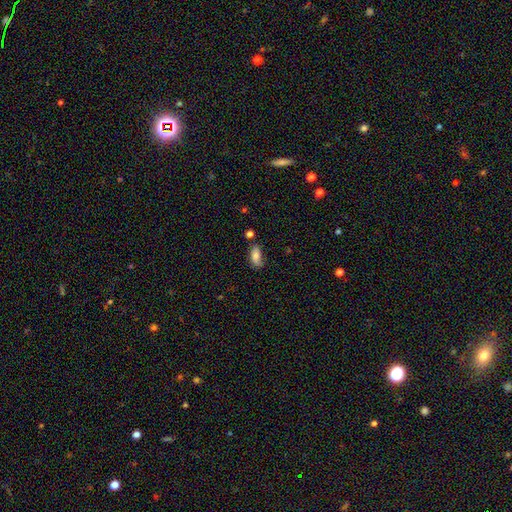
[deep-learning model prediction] Q: Smooth or featured?
A: smooth (76%); runner-up: featured or disk (15%)
Q: How rounded?
A: in between (86%); runner-up: cigar-shaped (10%)
Q: Merging?
A: none (60%); runner-up: minor disturbance (26%)